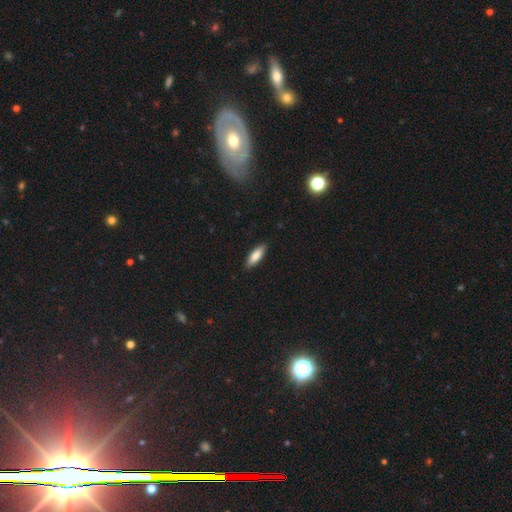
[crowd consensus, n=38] Overall: smooth (82%). How rounded: cigar-shaped (58%; in between 42%). Merging: none (97%).